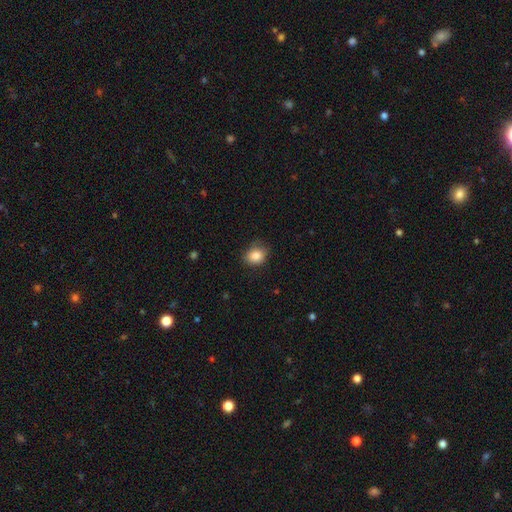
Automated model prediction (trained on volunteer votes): The model was most divided on "how rounded": round: 57%, in between: 42%, cigar-shaped: 1%. More confident: smooth or featured — smooth (85%); merging — none (75%).